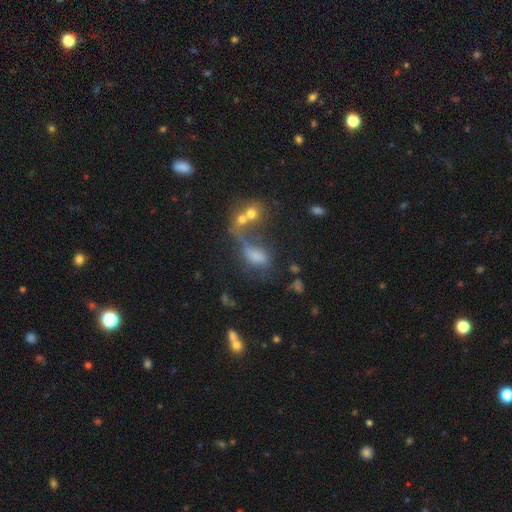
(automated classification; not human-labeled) smooth 61%, featured or disk 22%, star or artifact 17%. Down the decision tree: how rounded — in between (81%); merging — merger (38%).